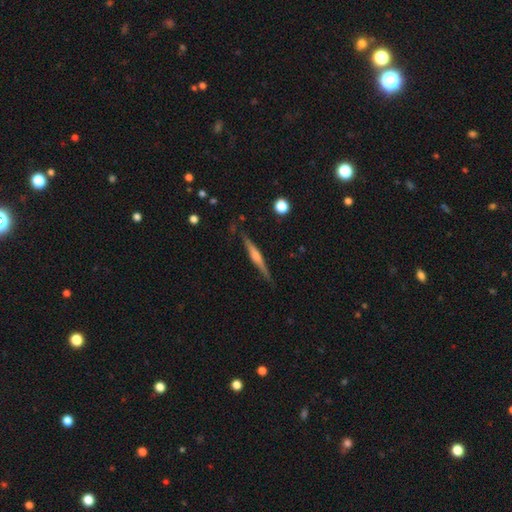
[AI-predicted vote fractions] smooth-or-featured: featured or disk: 71% | smooth: 23% | star or artifact: 6%
  disk-edge-on: yes: 98% | no: 2%
    edge-on-bulge: rounded: 75% | boxy: 14% | none: 11%
  merging: none: 86% | minor disturbance: 10% | major disturbance: 2% | merger: 1%